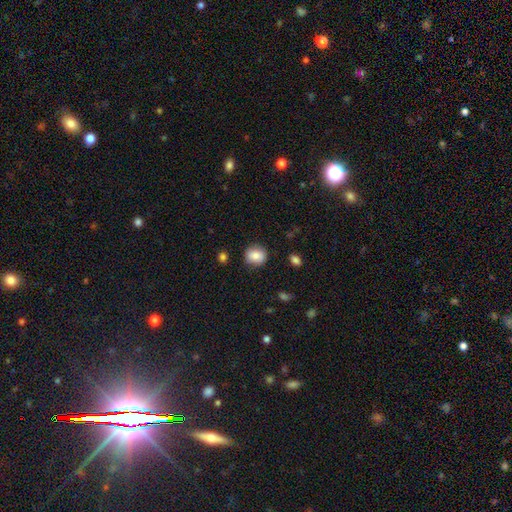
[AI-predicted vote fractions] smooth-or-featured: smooth: 81% | featured or disk: 10% | star or artifact: 9%
  how-rounded: round: 78% | in between: 21% | cigar-shaped: 1%
  merging: none: 83% | minor disturbance: 12% | major disturbance: 3% | merger: 2%